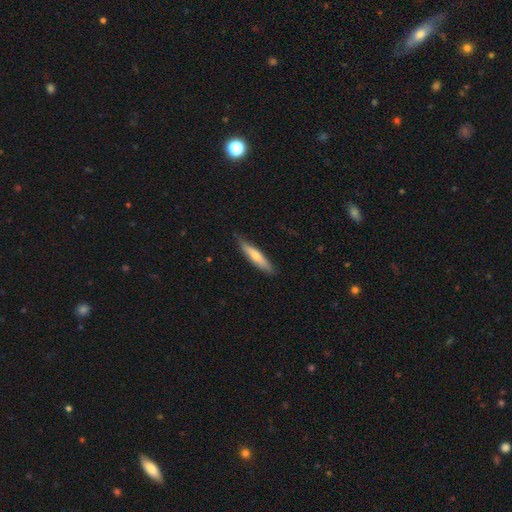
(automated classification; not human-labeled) smooth_or_featured: smooth (p=0.65) [alt: featured or disk p=0.30]
how_rounded: cigar-shaped (p=0.84) [alt: in between p=0.14]
merging: none (p=0.82) [alt: minor disturbance p=0.15]